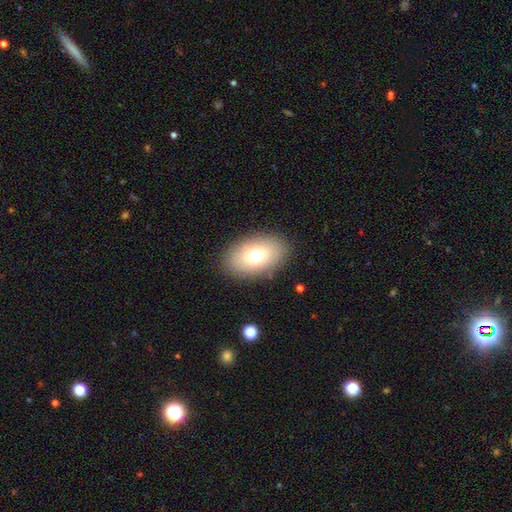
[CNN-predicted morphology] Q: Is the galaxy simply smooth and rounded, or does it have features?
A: smooth — 72%.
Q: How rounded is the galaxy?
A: in between — 86%.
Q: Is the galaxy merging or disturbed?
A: none — 87%.